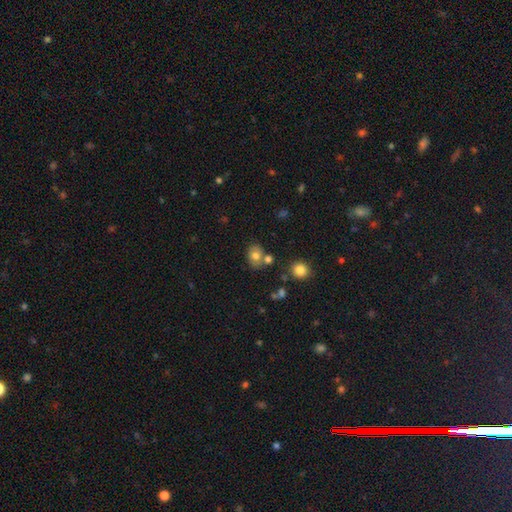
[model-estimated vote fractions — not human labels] smooth_or_featured: smooth (p=0.73) [alt: featured or disk p=0.16]
how_rounded: round (p=0.56) [alt: in between p=0.43]
merging: none (p=0.62) [alt: merger p=0.19]